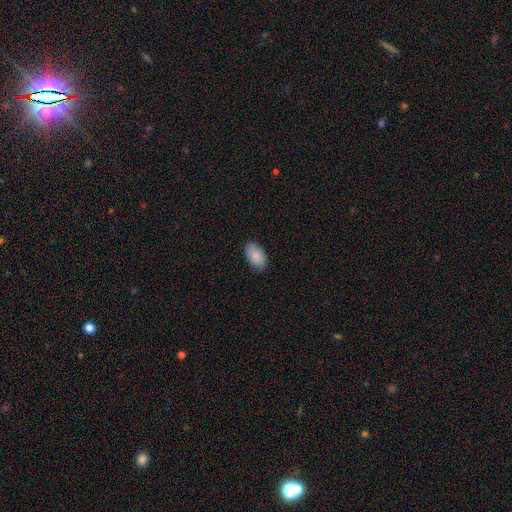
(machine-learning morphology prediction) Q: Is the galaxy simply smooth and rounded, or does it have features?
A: smooth — 88%.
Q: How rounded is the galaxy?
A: in between — 94%.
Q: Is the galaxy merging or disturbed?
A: none — 86%.